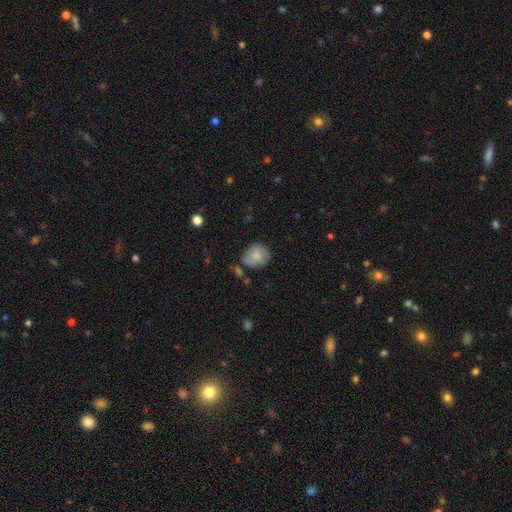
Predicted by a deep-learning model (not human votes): Smooth or featured?
  - smooth: 75% *
  - featured or disk: 17%
  - star or artifact: 8%
How rounded?
  - round: 73% *
  - in between: 26%
  - cigar-shaped: 1%
Merging?
  - none: 60% *
  - minor disturbance: 27%
  - major disturbance: 7%
  - merger: 6%